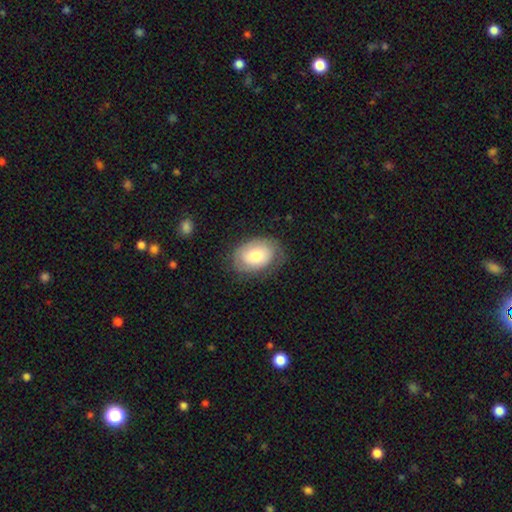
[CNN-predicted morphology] Q: Smooth or featured?
A: smooth (61%); runner-up: featured or disk (32%)
Q: How rounded?
A: in between (83%); runner-up: round (16%)
Q: Merging?
A: none (71%); runner-up: minor disturbance (20%)